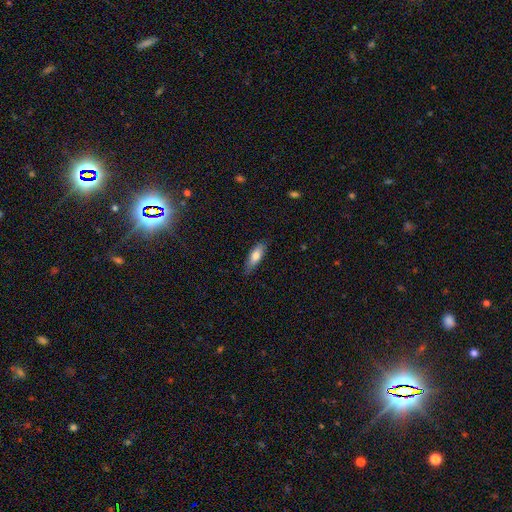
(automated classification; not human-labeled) smooth-or-featured: smooth: 72% | featured or disk: 21% | star or artifact: 7%
  how-rounded: in between: 56% | cigar-shaped: 42% | round: 2%
  merging: none: 80% | minor disturbance: 17% | major disturbance: 3% | merger: 1%